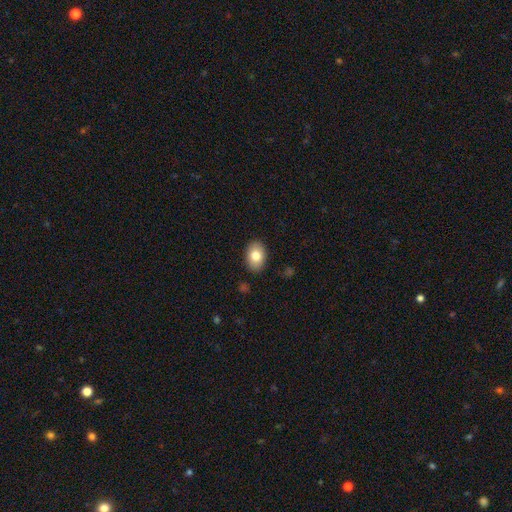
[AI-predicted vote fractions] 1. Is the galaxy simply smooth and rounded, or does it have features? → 81% smooth, 12% featured or disk, 8% star or artifact.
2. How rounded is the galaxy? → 82% in between, 17% round, 1% cigar-shaped.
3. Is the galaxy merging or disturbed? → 88% none, 9% minor disturbance, 2% major disturbance, 1% merger.